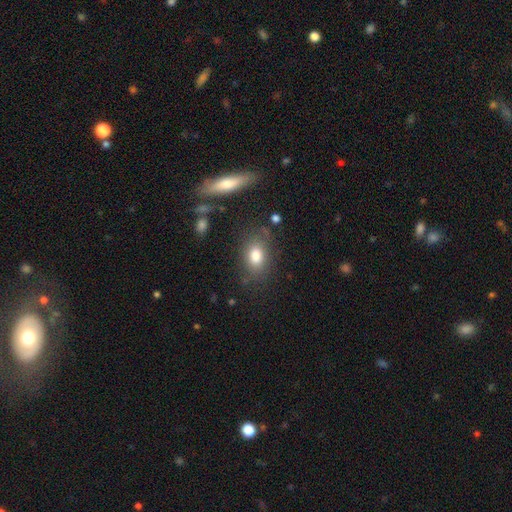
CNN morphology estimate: This is clearly a smooth galaxy (81%). How rounded: clearly in between (81%). Merging: likely none (75%).